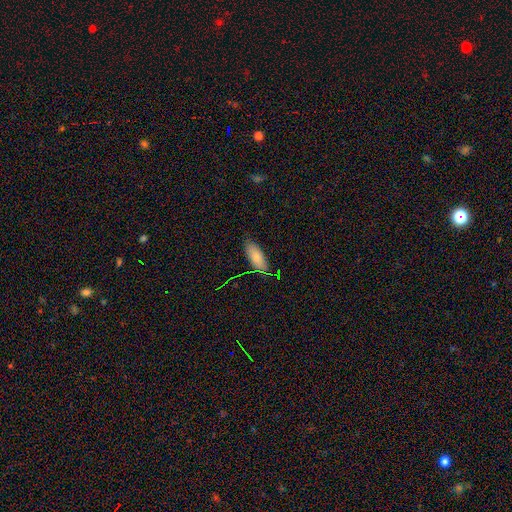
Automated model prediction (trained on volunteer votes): smooth 75%, featured or disk 16%, star or artifact 8%. Down the decision tree: how rounded — in between (72%); merging — none (81%).